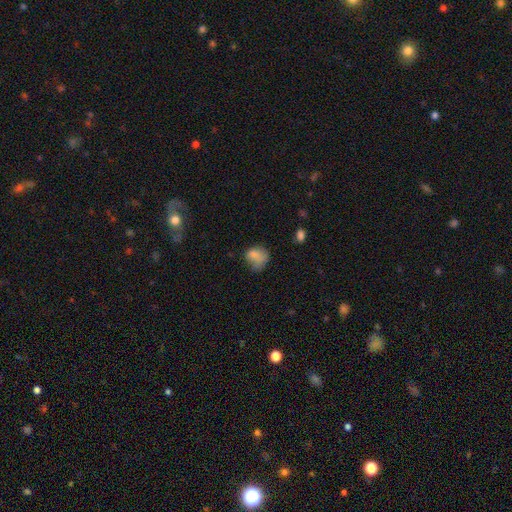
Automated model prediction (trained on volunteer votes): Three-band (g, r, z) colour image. It shows a smooth galaxy with no disk features (77%) that is in between round and cigar-shaped (50%). Merging: none (33%, tied with minor disturbance).